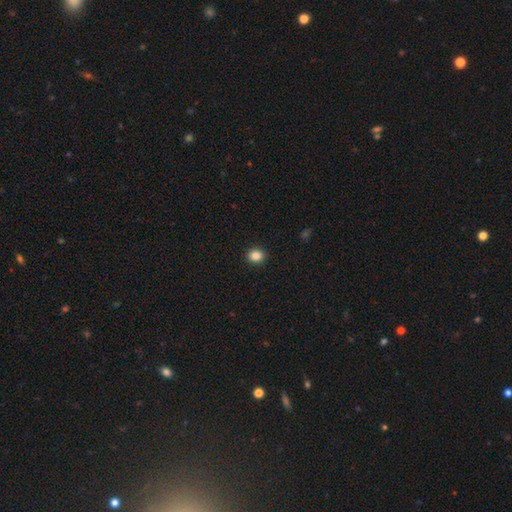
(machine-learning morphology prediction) Q: Smooth or featured?
A: smooth (86%); runner-up: star or artifact (10%)
Q: How rounded?
A: round (77%); runner-up: in between (22%)
Q: Merging?
A: none (93%); runner-up: minor disturbance (5%)